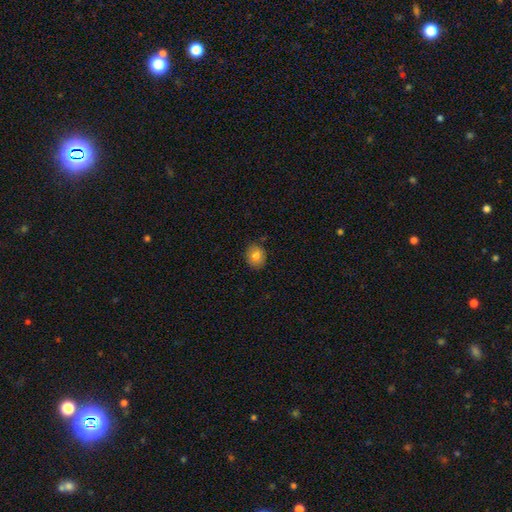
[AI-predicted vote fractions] Smooth or featured? Predicted: smooth (p=0.82). How rounded? Predicted: round (p=0.65). Merging? Predicted: none (p=0.85).